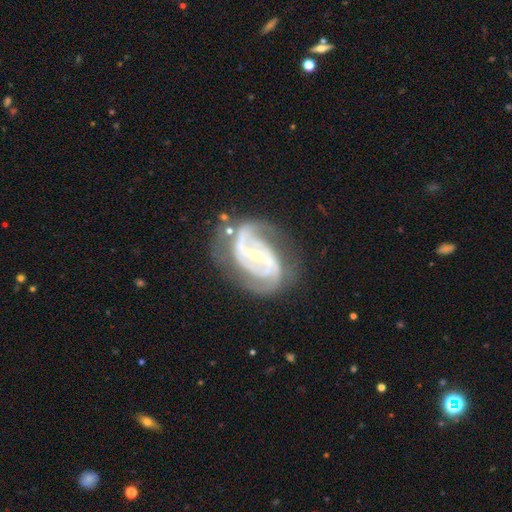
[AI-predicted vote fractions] A featured or disk galaxy (91%) with a strong bar (52%), 2 (57%) medium (49%) spiral arms (97%) and a small central bulge (69%). Merging: none (59%).